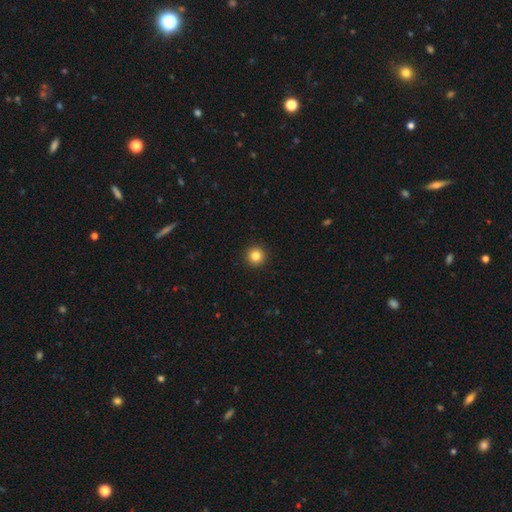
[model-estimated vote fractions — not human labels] Overall: smooth (84%). How rounded: round (96%). Merging: none (93%).